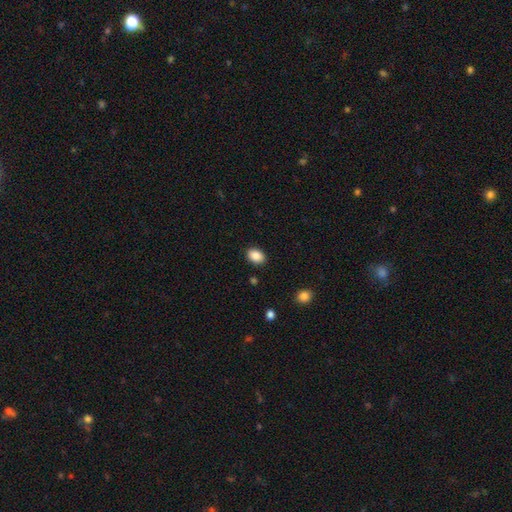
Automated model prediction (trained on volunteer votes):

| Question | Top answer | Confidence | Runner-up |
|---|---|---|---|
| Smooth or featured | smooth | 88% | star or artifact (8%) |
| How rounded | in between | 73% | round (26%) |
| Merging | none | 89% | minor disturbance (8%) |